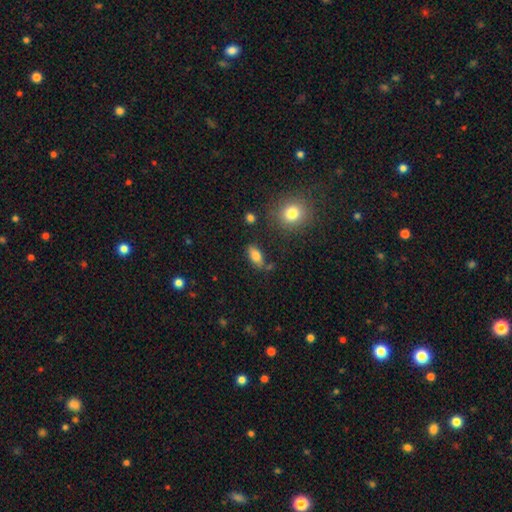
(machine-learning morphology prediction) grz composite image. It shows a smooth galaxy with no disk features (81%) that is in between round and cigar-shaped (86%). Merging: none (74%).